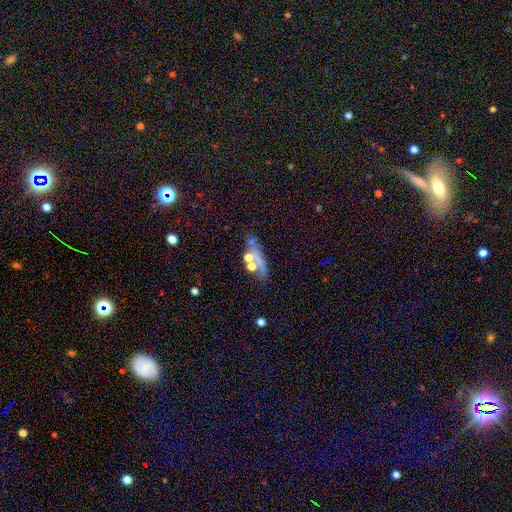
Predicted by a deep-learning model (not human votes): This appears to be a smooth galaxy with no disk features (50%) that is in between round and cigar-shaped (43%). Merging: none (57%).